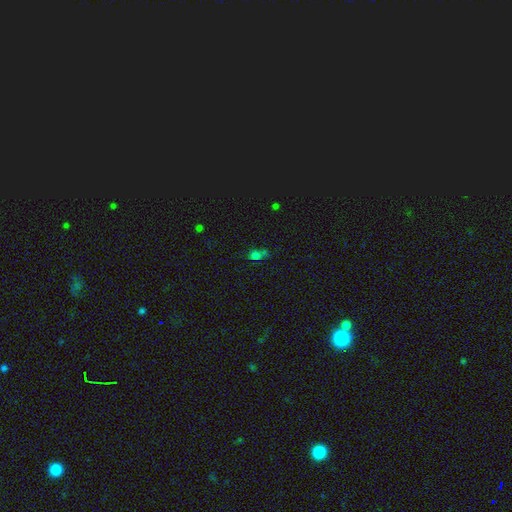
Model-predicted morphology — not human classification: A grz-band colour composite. It shows a smooth galaxy with no disk features (54%) that is in between round and cigar-shaped (48%). Merging: none (48%).